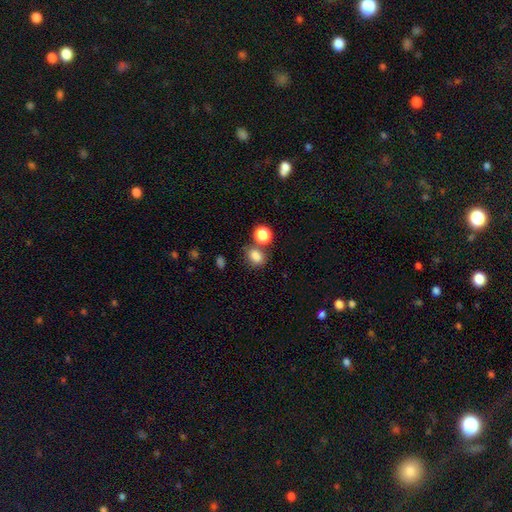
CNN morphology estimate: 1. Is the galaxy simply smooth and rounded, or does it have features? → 83% smooth, 12% star or artifact, 6% featured or disk.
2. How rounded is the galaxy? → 56% in between, 43% round, 1% cigar-shaped.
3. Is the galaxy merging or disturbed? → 61% none, 21% merger, 13% minor disturbance, 5% major disturbance.